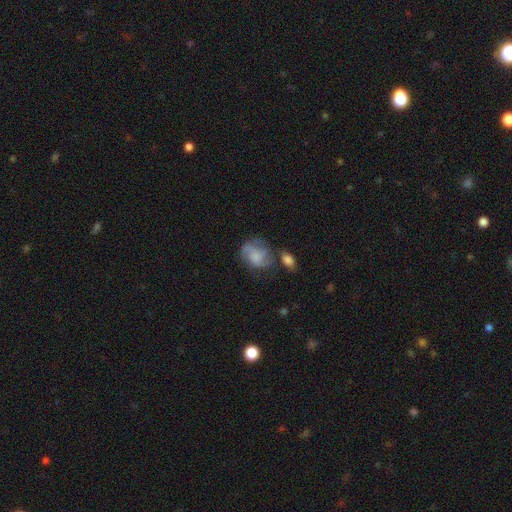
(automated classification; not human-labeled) The model was most divided on "smooth or featured": smooth: 48%, featured or disk: 43%, star or artifact: 9%. Remaining: merging — none (43%).